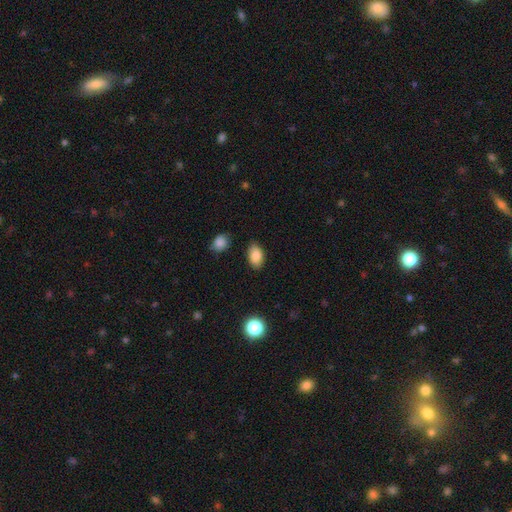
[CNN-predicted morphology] A smooth galaxy with no disk features (87%) that is in between round and cigar-shaped (90%). Merging: none (84%).